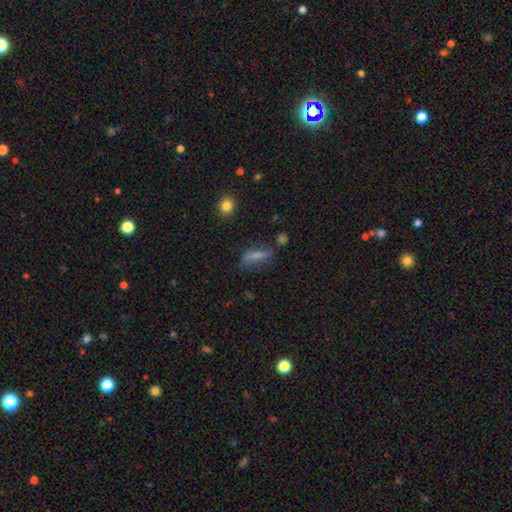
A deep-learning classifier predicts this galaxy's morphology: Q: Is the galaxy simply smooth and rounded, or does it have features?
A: smooth — 64%.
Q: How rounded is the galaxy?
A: in between — 51%.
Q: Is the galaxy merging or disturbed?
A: none — 54%.